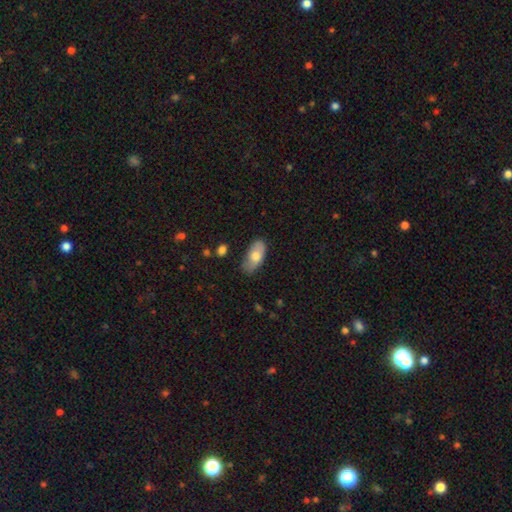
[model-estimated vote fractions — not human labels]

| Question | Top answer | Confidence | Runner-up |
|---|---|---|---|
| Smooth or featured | smooth | 74% | featured or disk (20%) |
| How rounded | in between | 90% | cigar-shaped (7%) |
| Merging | none | 70% | minor disturbance (23%) |